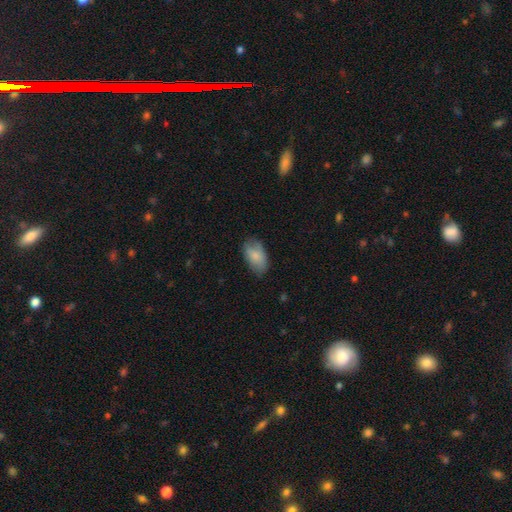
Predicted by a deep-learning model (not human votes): Smooth or featured?
  - smooth: 81% *
  - featured or disk: 12%
  - star or artifact: 6%
How rounded?
  - in between: 93% *
  - round: 5%
  - cigar-shaped: 2%
Merging?
  - none: 69% *
  - minor disturbance: 24%
  - major disturbance: 5%
  - merger: 1%